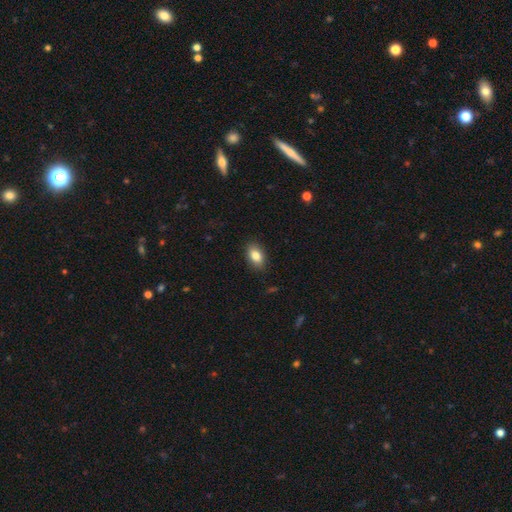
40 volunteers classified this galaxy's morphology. smooth_or_featured: smooth (p=0.75) [alt: featured or disk p=0.17]
how_rounded: in between (p=0.87) [alt: round p=0.10]
merging: none (p=1.00)